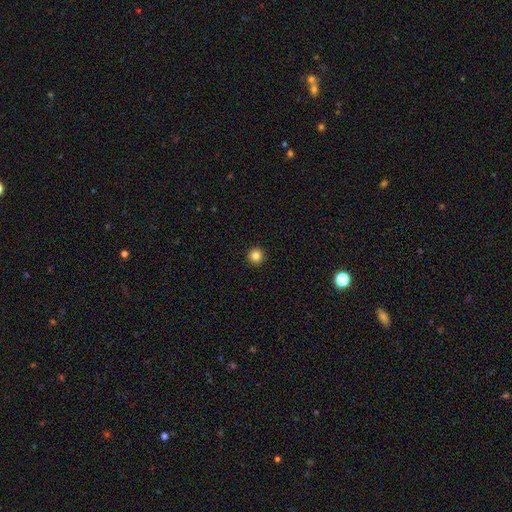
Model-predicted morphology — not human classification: Q: Smooth or featured?
A: smooth (85%); runner-up: star or artifact (11%)
Q: How rounded?
A: round (96%); runner-up: in between (3%)
Q: Merging?
A: none (94%); runner-up: minor disturbance (4%)